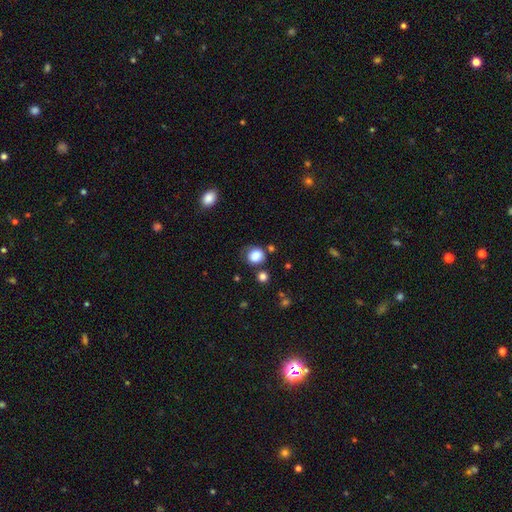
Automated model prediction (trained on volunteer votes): Smooth or featured?
  - smooth: 84% *
  - star or artifact: 11%
  - featured or disk: 6%
How rounded?
  - round: 76% *
  - in between: 24%
  - cigar-shaped: 1%
Merging?
  - none: 65% *
  - minor disturbance: 21%
  - major disturbance: 7%
  - merger: 6%